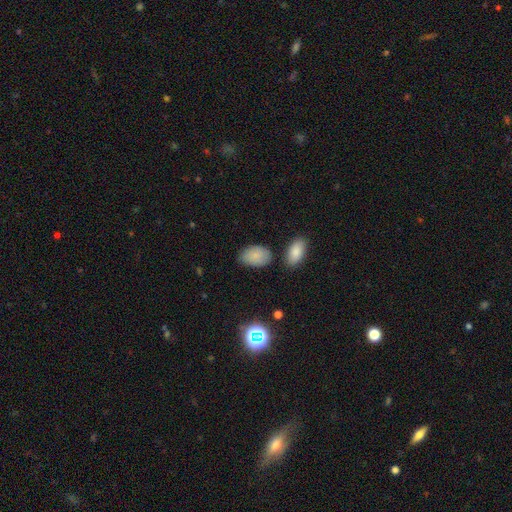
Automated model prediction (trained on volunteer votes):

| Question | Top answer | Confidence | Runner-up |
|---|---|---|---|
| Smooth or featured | smooth | 84% | featured or disk (9%) |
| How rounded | in between | 91% | round (8%) |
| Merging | none | 73% | minor disturbance (17%) |